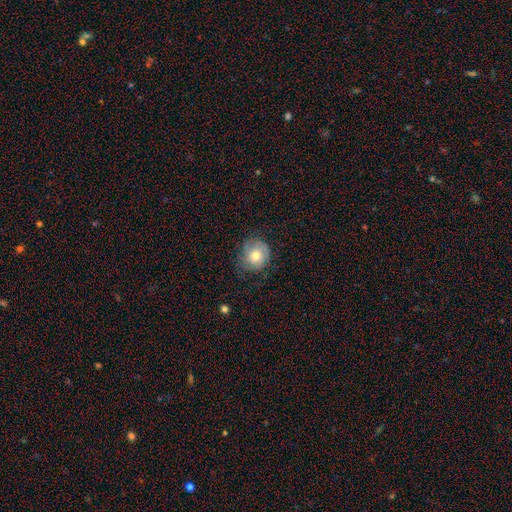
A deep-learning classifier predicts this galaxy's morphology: This appears to be a smooth galaxy with no disk features (52%) that is round (80%). Merging: none (70%).